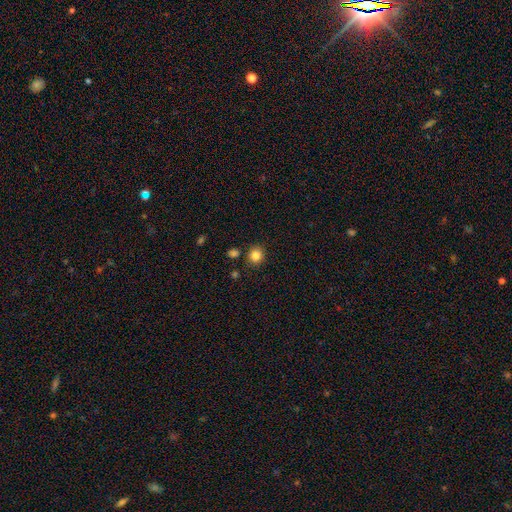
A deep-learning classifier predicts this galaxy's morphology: smooth-or-featured: smooth: 84% | star or artifact: 11% | featured or disk: 5%
  how-rounded: round: 84% | in between: 15% | cigar-shaped: 1%
  merging: none: 86% | minor disturbance: 8% | merger: 4% | major disturbance: 2%